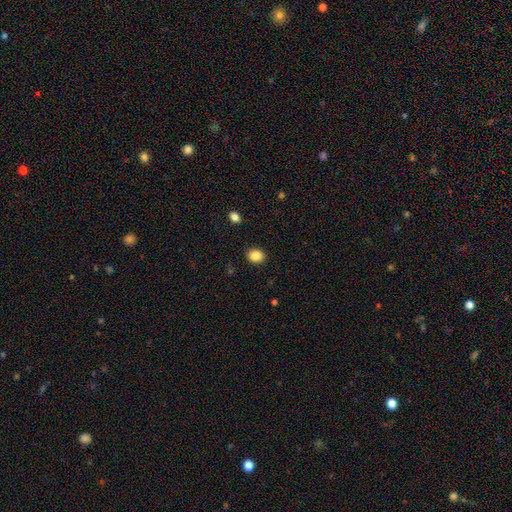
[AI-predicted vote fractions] The model was most divided on "how rounded": round: 57%, in between: 42%, cigar-shaped: 1%. More confident: merging — none (88%); smooth or featured — smooth (87%).